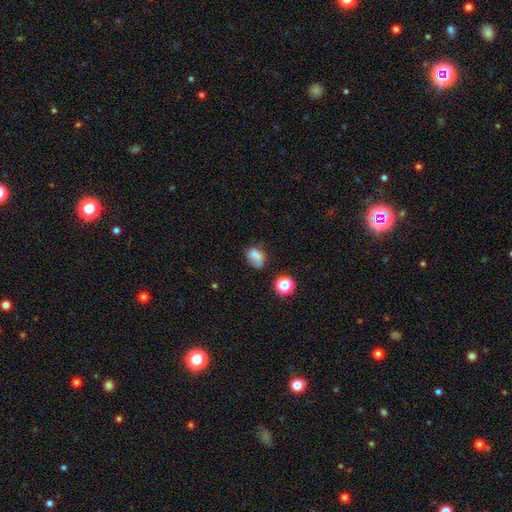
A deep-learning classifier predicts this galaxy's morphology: A smooth galaxy with no disk features (76%) that is in between round and cigar-shaped (71%). Merging: none (47%).